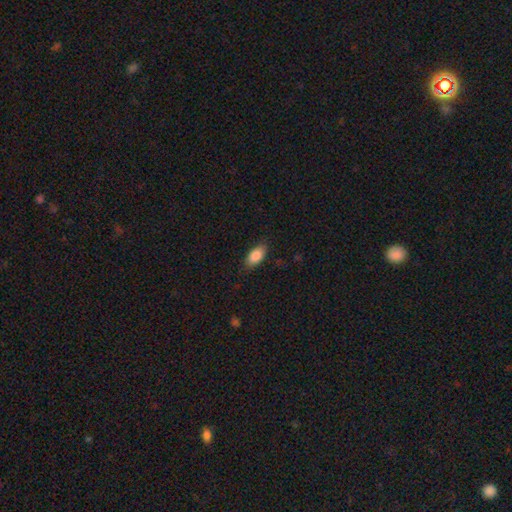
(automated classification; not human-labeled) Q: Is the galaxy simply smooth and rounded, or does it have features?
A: smooth — 85%.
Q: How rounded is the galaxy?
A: in between — 89%.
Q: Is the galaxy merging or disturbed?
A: none — 83%.